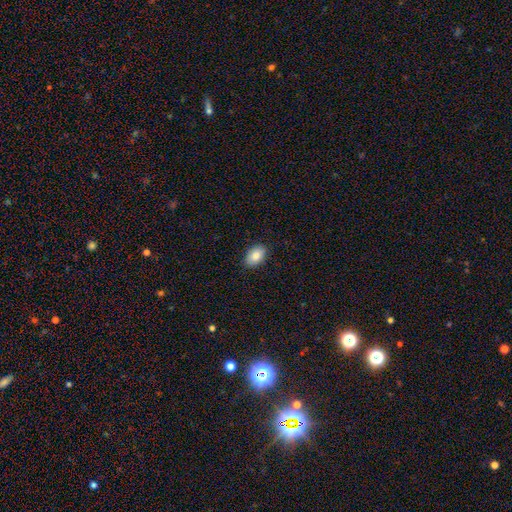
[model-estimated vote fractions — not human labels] This is clearly a smooth galaxy (85%). How rounded: clearly in between (90%). Merging: clearly none (88%).